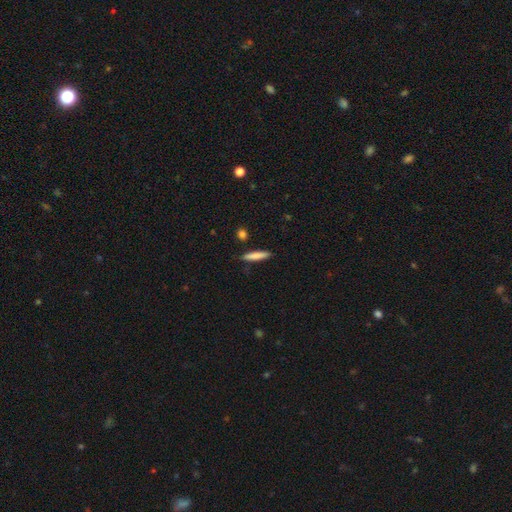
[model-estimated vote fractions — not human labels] smooth_or_featured: smooth (p=0.78) [alt: featured or disk p=0.16]
how_rounded: cigar-shaped (p=0.90) [alt: in between p=0.09]
merging: none (p=0.85) [alt: minor disturbance p=0.11]